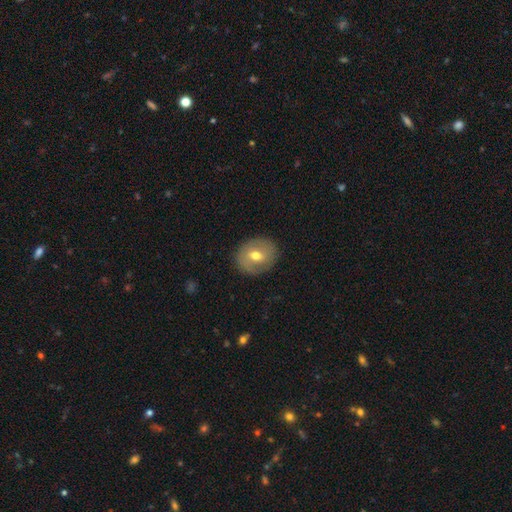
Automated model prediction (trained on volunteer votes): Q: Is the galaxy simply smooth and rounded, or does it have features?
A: smooth — 54%.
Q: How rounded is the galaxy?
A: round — 62%.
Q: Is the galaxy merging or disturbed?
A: none — 84%.